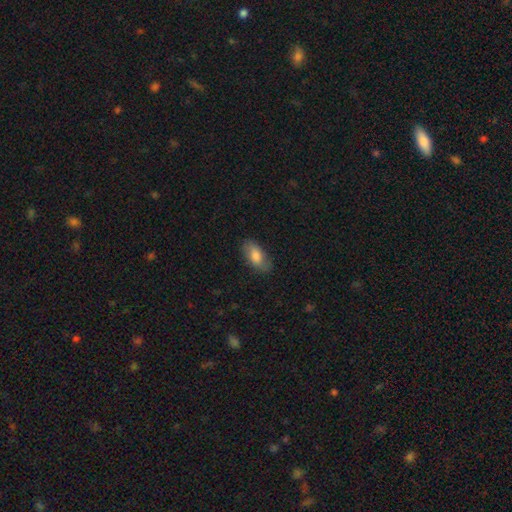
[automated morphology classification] type=smooth (77%); roundness=in between (90%); merging=none (81%).